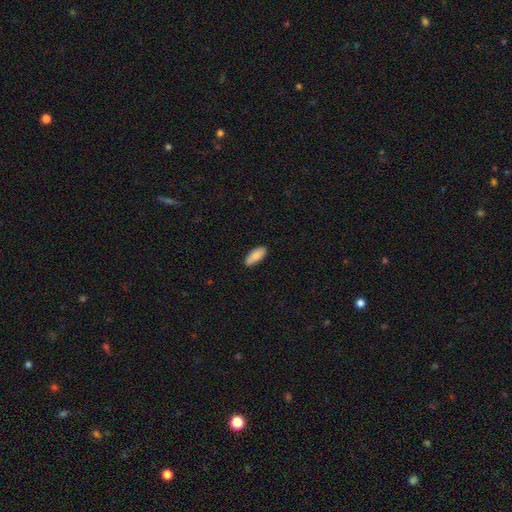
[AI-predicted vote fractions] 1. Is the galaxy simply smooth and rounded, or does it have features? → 87% smooth, 7% featured or disk, 6% star or artifact.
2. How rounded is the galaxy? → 79% in between, 20% cigar-shaped, 2% round.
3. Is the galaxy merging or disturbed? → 87% none, 11% minor disturbance, 2% major disturbance, 1% merger.